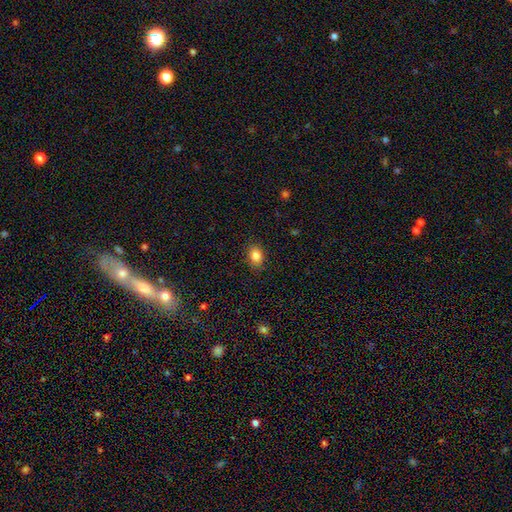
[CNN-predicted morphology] A smooth galaxy with no disk features (84%) that is in between round and cigar-shaped (67%).

Vote fractions:
- Smooth or featured? smooth: 84% / star or artifact: 10% / featured or disk: 6%
- How rounded? in between: 67% / round: 32% / cigar-shaped: 1%
- Merging? none: 86% / minor disturbance: 10% / major disturbance: 2% / merger: 1%